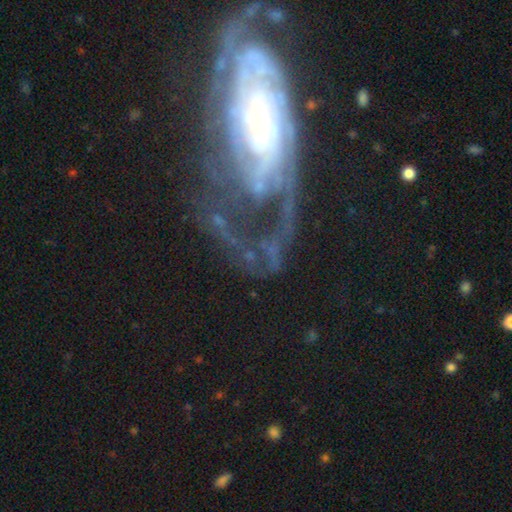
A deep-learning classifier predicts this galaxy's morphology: smooth_or_featured: featured or disk (p=0.73) [alt: star or artifact p=0.15]
disk_edge_on: no (p=0.93) [alt: yes p=0.07]
bar: no (p=0.58) [alt: weak p=0.25]
has_spiral_arms: yes (p=0.78) [alt: no p=0.22]
spiral_winding: tight (p=0.41) [alt: medium p=0.35]
spiral_arm_count: 2 (p=0.32) [alt: can't tell p=0.31]
bulge_size: small (p=0.54) [alt: moderate p=0.28]
merging: none (p=0.43) [alt: major disturbance p=0.35]